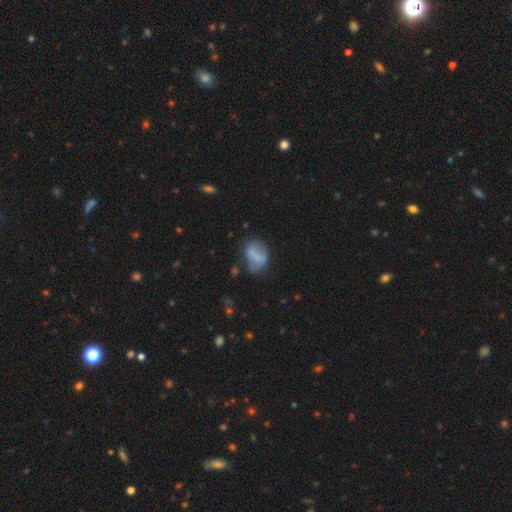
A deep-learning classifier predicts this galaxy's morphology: smooth 63%, featured or disk 28%, star or artifact 9%. Down the decision tree: how rounded — in between (72%); merging — none (51%).